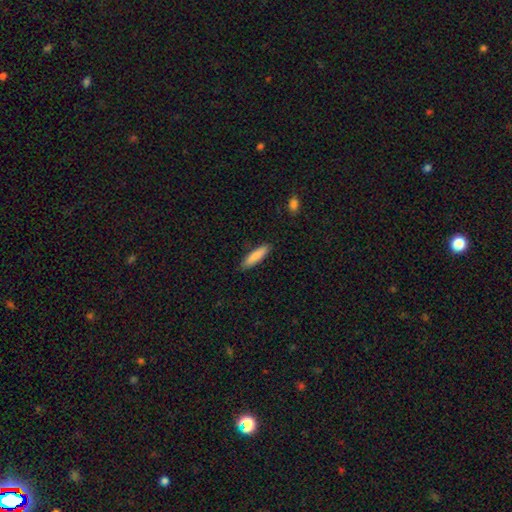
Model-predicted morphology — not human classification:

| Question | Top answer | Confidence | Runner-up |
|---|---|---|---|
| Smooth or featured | smooth | 82% | featured or disk (12%) |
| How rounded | cigar-shaped | 69% | in between (29%) |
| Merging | none | 88% | minor disturbance (9%) |